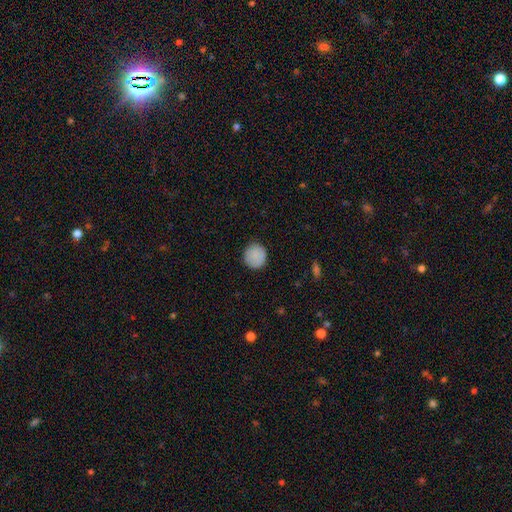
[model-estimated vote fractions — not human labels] smooth 86%, star or artifact 7%, featured or disk 7%. Down the decision tree: how rounded — round (92%); merging — none (88%).